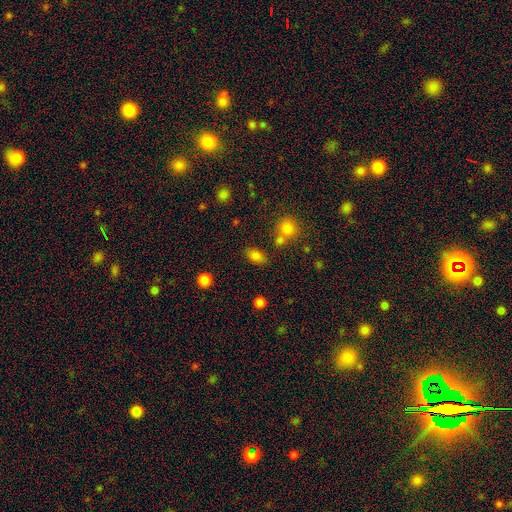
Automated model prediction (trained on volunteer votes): A smooth galaxy with no disk features (81%) that is in between round and cigar-shaped (83%). Merging: none (75%).